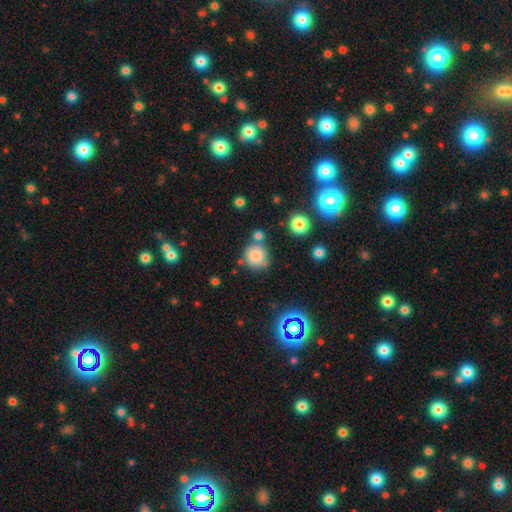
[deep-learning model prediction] smooth_or_featured: smooth (p=0.79) [alt: star or artifact p=0.13]
how_rounded: round (p=0.89) [alt: in between p=0.10]
merging: none (p=0.70) [alt: minor disturbance p=0.14]